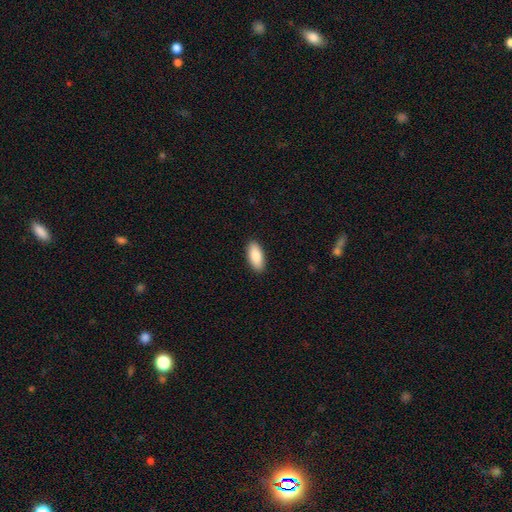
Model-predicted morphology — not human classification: A smooth galaxy with no disk features (88%) that is in between round and cigar-shaped (87%). Merging: none (90%).